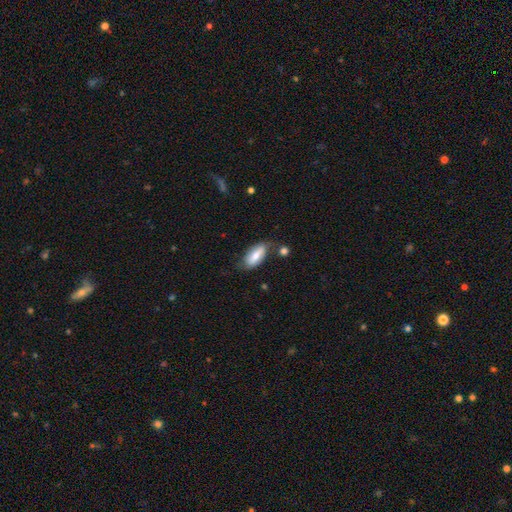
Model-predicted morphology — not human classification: The model was most divided on "merging": none: 61%, minor disturbance: 26%, major disturbance: 7%, merger: 7%. More confident: how rounded — in between (84%); smooth or featured — smooth (68%).